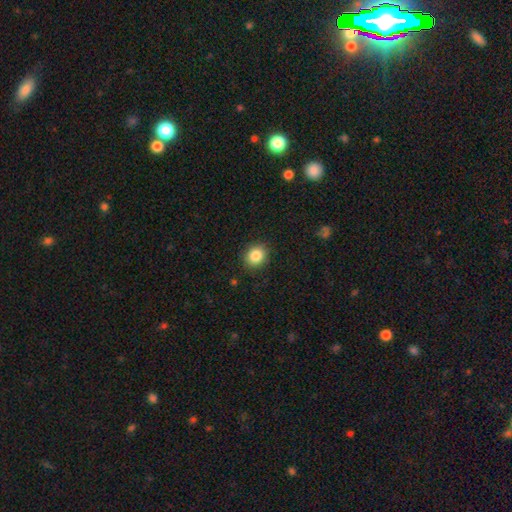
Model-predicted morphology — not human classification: type=smooth (85%); roundness=round (72%); merging=none (89%).